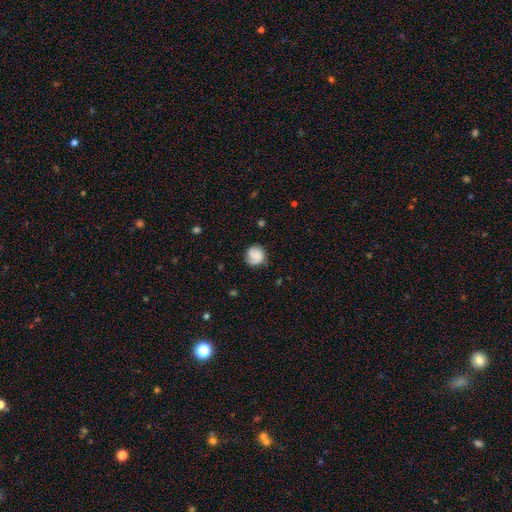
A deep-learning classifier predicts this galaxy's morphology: Smooth or featured? smooth (68%)
How rounded? round (87%)
Merging? none (72%)